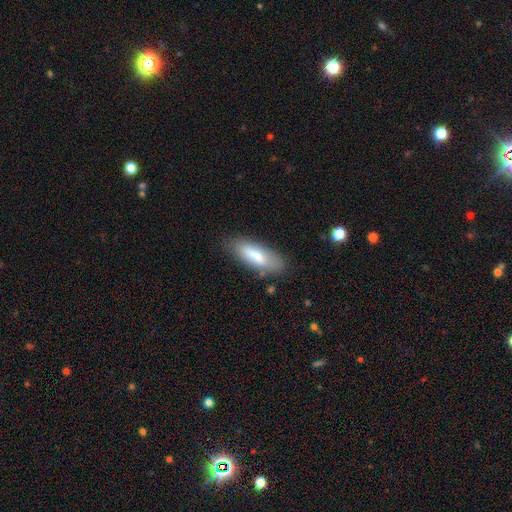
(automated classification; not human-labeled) Smooth or featured: smooth — 75% (featured or disk — 18%)
How rounded: in between — 59% (cigar-shaped — 40%)
Merging: none — 76% (minor disturbance — 16%)